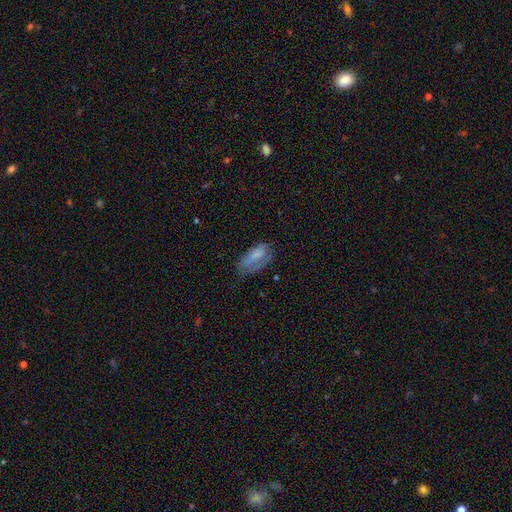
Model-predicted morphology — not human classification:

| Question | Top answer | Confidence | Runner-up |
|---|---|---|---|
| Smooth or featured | smooth | 68% | featured or disk (23%) |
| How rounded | in between | 87% | cigar-shaped (9%) |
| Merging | none | 38% | minor disturbance (36%) |